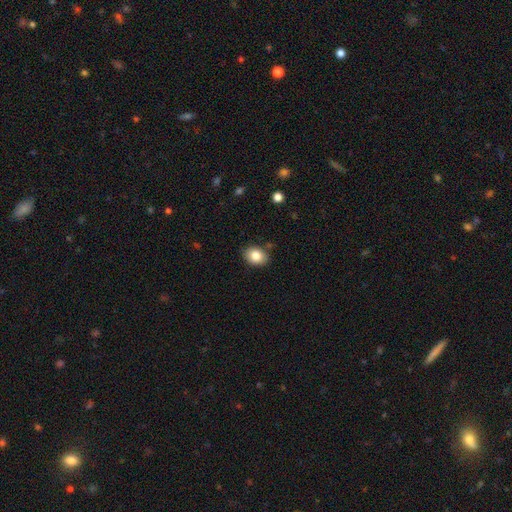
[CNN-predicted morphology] Smooth or featured? smooth (83%)
How rounded? in between (62%)
Merging? none (84%)